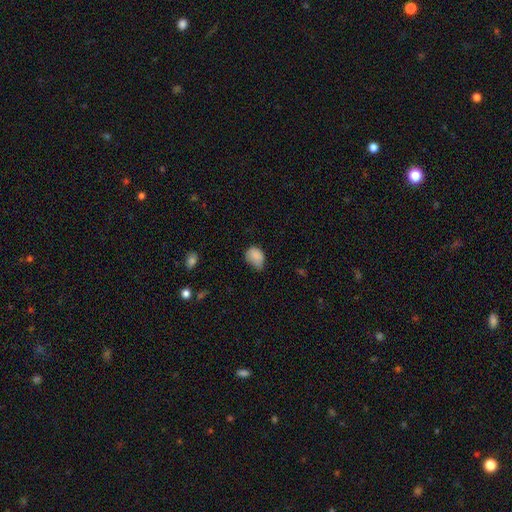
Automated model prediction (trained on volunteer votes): Smooth or featured?
  - smooth: 83% *
  - star or artifact: 9%
  - featured or disk: 8%
How rounded?
  - in between: 66% *
  - round: 33%
  - cigar-shaped: 1%
Merging?
  - minor disturbance: 49% *
  - none: 35%
  - major disturbance: 14%
  - merger: 2%